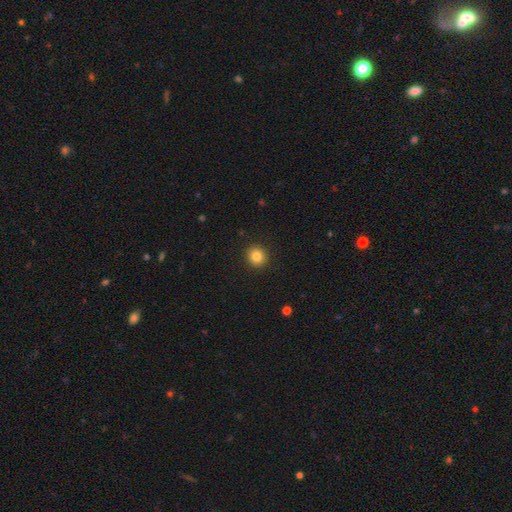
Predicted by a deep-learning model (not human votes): smooth 84%, star or artifact 10%, featured or disk 6%. Down the decision tree: how rounded — round (87%); merging — none (92%).